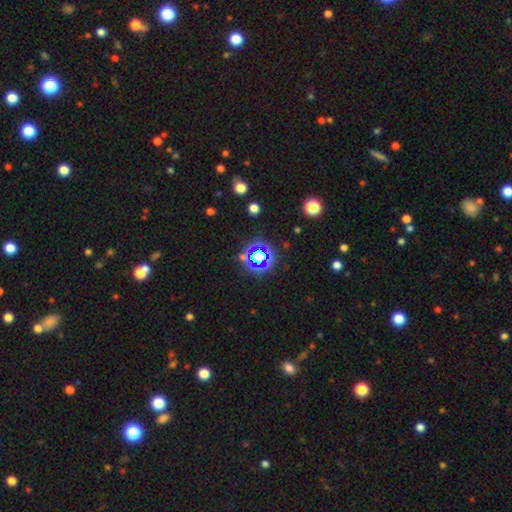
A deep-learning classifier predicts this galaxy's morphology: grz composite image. It shows a star or artifact, not a galaxy (65%).